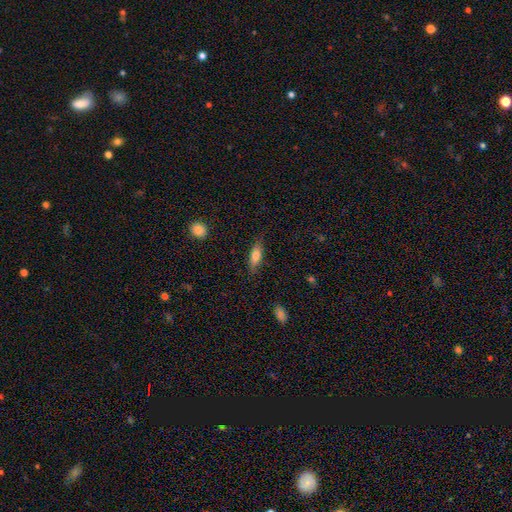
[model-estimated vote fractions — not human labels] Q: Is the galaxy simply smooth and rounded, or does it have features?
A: smooth — 75%.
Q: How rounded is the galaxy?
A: in between — 55%.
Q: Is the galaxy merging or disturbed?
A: none — 80%.